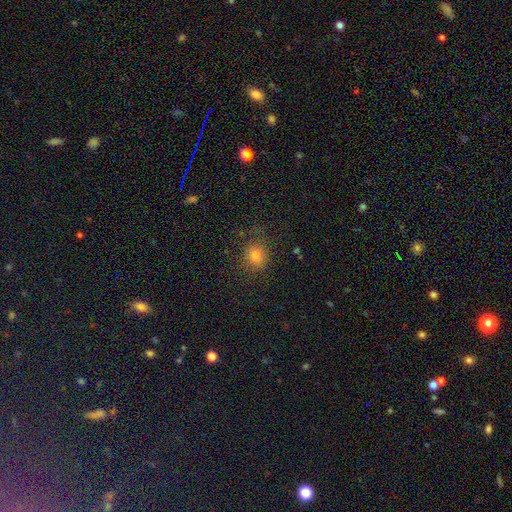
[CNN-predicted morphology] A smooth galaxy with no disk features (79%) that is round (78%). Merging: none (78%).